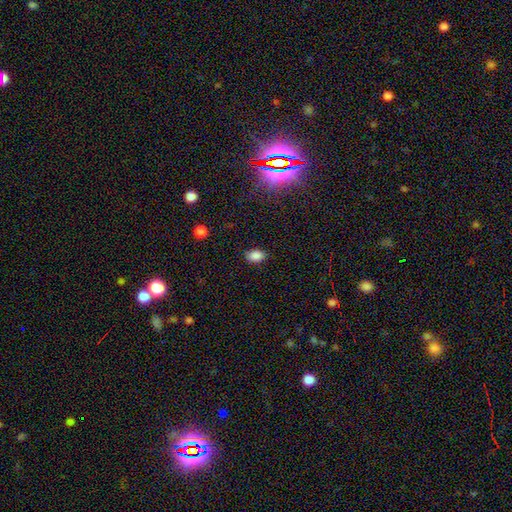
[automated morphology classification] Smooth or featured?
  - smooth: 86% *
  - star or artifact: 10%
  - featured or disk: 4%
How rounded?
  - in between: 84% *
  - round: 14%
  - cigar-shaped: 1%
Merging?
  - none: 84% *
  - minor disturbance: 12%
  - major disturbance: 3%
  - merger: 1%